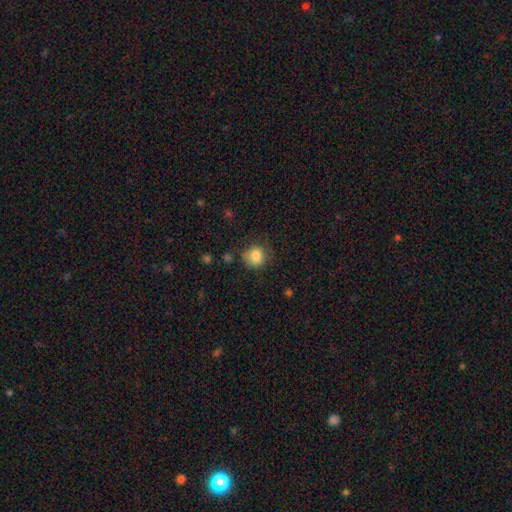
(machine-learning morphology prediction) smooth 83%, star or artifact 10%, featured or disk 7%. Down the decision tree: how rounded — round (75%); merging — none (67%).